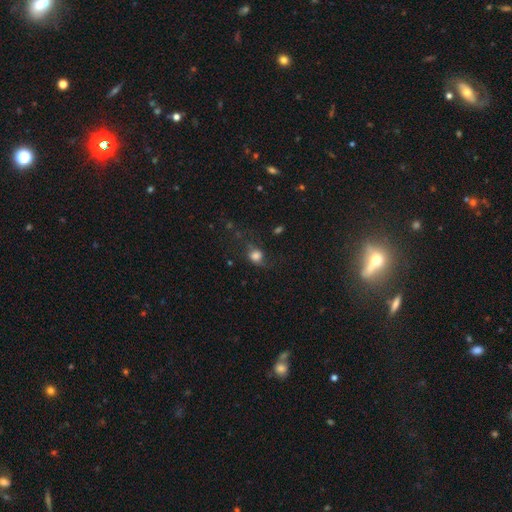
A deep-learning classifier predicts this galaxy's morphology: A smooth galaxy with no disk features (70%) that is round (64%). Merging: none (46%).